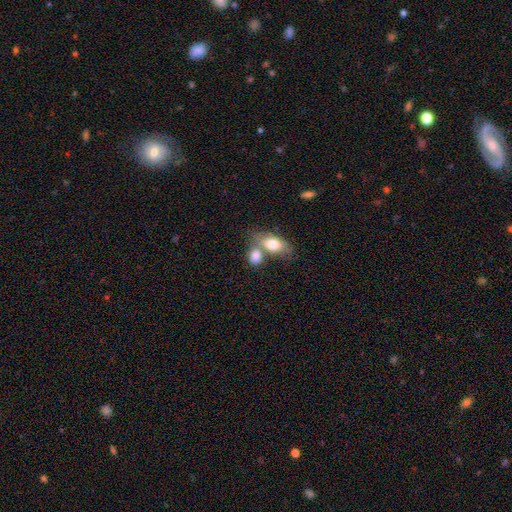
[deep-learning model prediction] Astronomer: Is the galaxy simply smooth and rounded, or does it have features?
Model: smooth — 79%.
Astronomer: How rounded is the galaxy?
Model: in between — 76%.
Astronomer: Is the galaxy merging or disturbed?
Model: merger — 56%.